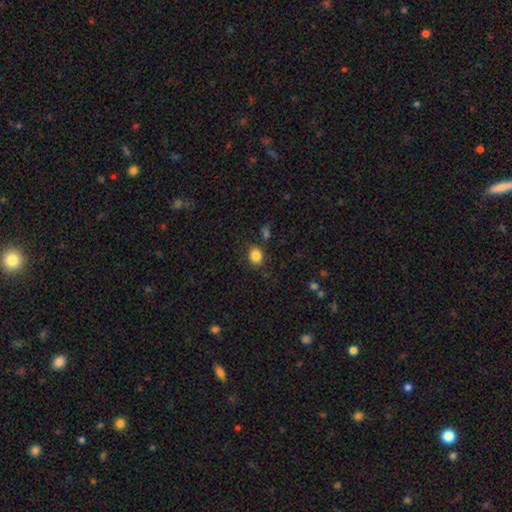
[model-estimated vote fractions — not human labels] Morphology: type=smooth (85%); roundness=round (61%); merging=none (82%).